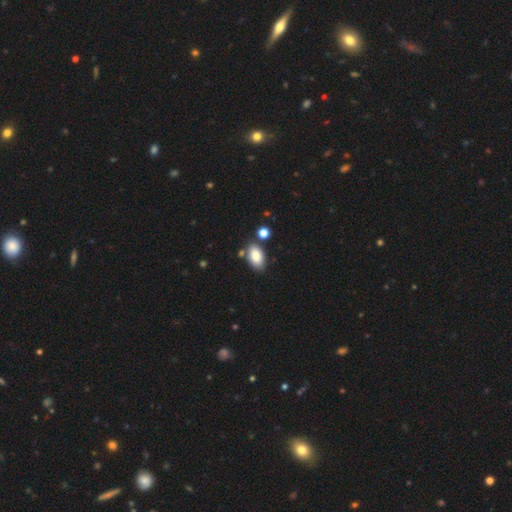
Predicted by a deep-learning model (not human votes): Smooth or featured: smooth — 86% (star or artifact — 8%)
How rounded: in between — 93% (round — 5%)
Merging: none — 74% (minor disturbance — 13%)